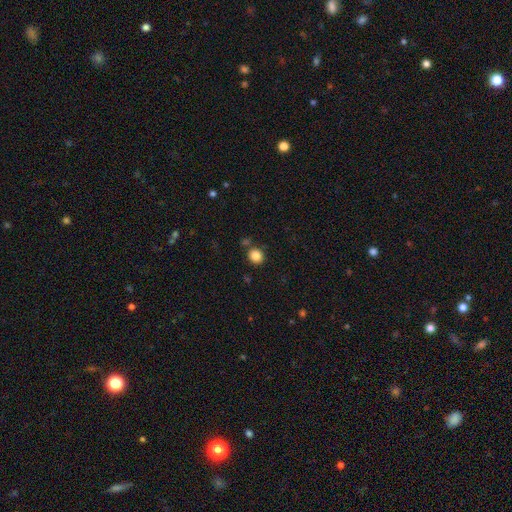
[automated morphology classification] Overall: smooth (84%). How rounded: round (84%). Merging: none (81%).